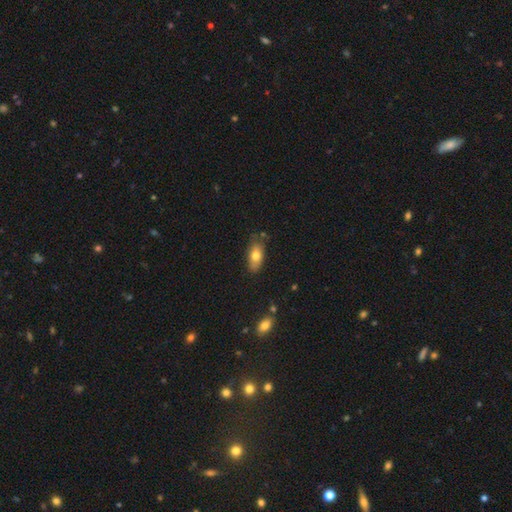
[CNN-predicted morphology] Smooth or featured? Predicted: smooth (p=0.74). How rounded? Predicted: in between (p=0.85). Merging? Predicted: none (p=0.71).